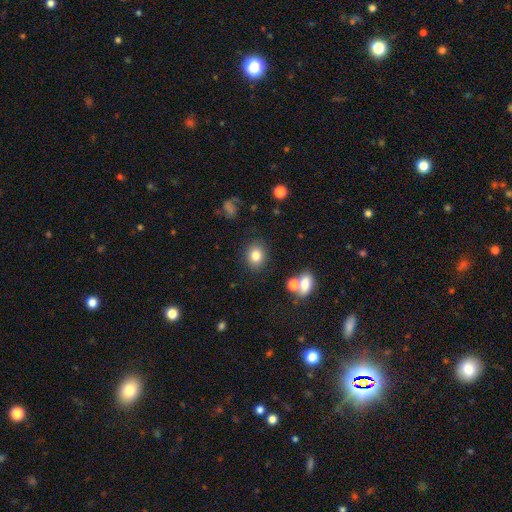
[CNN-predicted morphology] smooth-or-featured: smooth: 81% | star or artifact: 11% | featured or disk: 8%
  how-rounded: round: 63% | in between: 36% | cigar-shaped: 1%
  merging: none: 83% | minor disturbance: 9% | merger: 4% | major disturbance: 3%